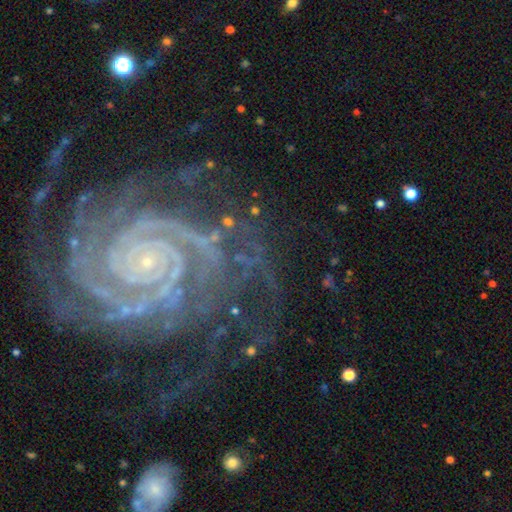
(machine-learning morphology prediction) A featured or disk galaxy (91%) with no bar (73%), 2 (32%) tight (84%) spiral arms (99%) and a small central bulge (88%).

Vote fractions:
- Smooth or featured? featured or disk: 91% / star or artifact: 6% / smooth: 2%
- Edge-on disk? no: 98% / yes: 2%
- Bar? no: 73% / weak: 15% / strong: 12%
- Spiral arms? yes: 99% / no: 1%
- Spiral winding? tight: 84% / medium: 14% / loose: 2%
- Spiral arm count? 2: 32% / 3: 17% / 4: 16% / more than 4: 14% / can't tell: 12% / 1: 9%
- Bulge size? small: 88% / moderate: 8% / none: 3% / large: 1% / dominant: 1%
- Merging? none: 67% / minor disturbance: 18% / major disturbance: 12% / merger: 3%